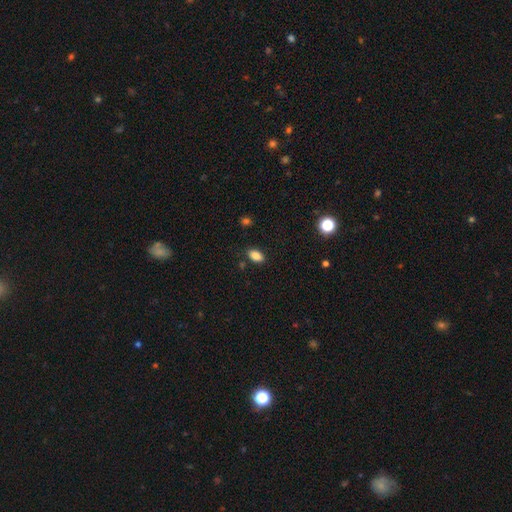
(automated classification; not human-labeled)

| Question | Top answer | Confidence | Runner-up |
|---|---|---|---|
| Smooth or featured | smooth | 85% | star or artifact (9%) |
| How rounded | in between | 91% | round (7%) |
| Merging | none | 85% | minor disturbance (10%) |